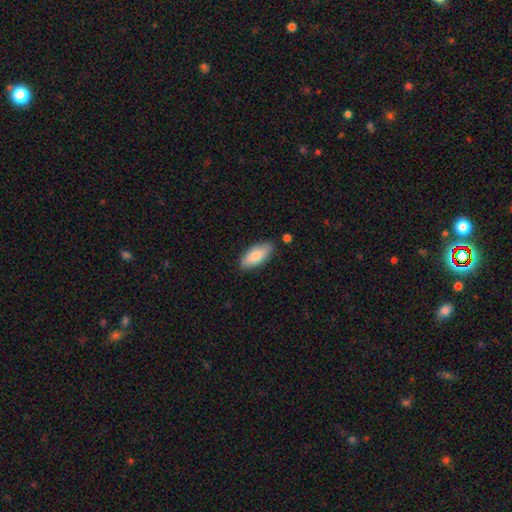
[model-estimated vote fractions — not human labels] Overall: smooth (82%). How rounded: in between (83%). Merging: none (82%).